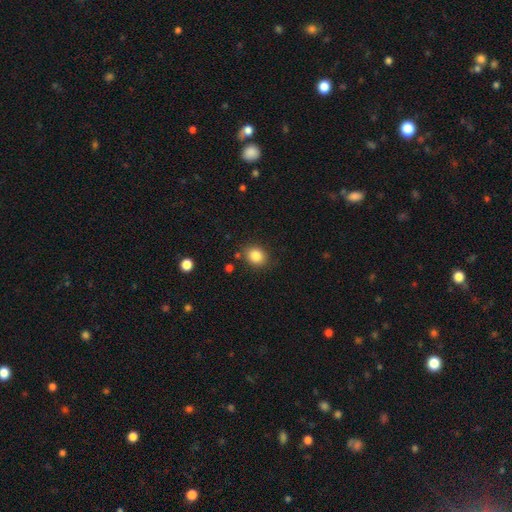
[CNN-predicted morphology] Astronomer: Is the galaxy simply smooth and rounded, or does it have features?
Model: smooth — 85%.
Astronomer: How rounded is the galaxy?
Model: round — 60% (runner-up: in between, 39%).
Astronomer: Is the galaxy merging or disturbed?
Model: none — 83%.